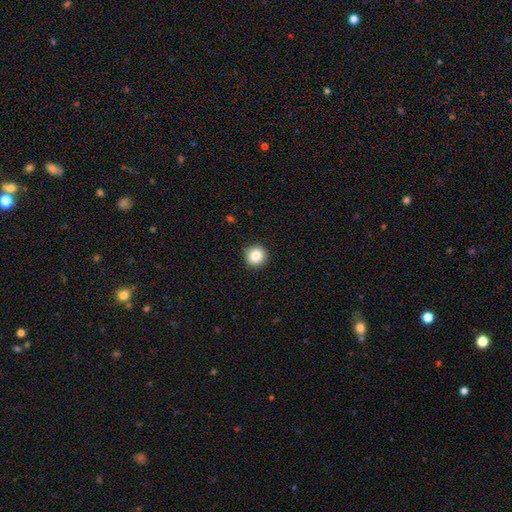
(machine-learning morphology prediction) A smooth galaxy with no disk features (85%) that is round (95%). Merging: none (92%).